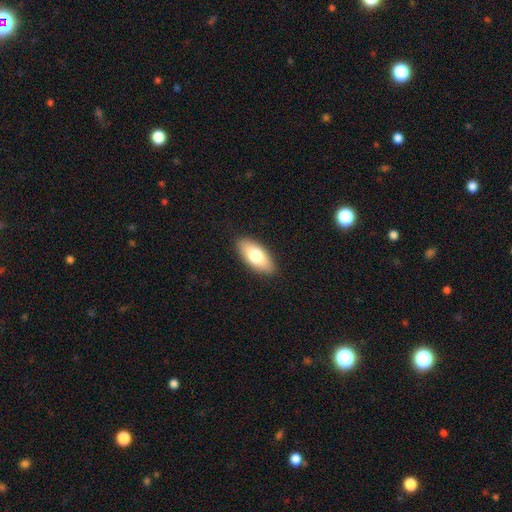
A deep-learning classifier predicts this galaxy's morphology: Smooth or featured? smooth (75%)
How rounded? in between (88%)
Merging? none (89%)